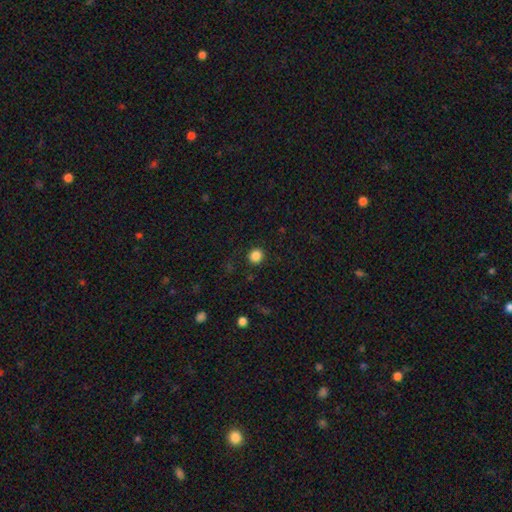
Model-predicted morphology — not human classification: Overall: smooth (86%). How rounded: round (88%). Merging: none (90%).